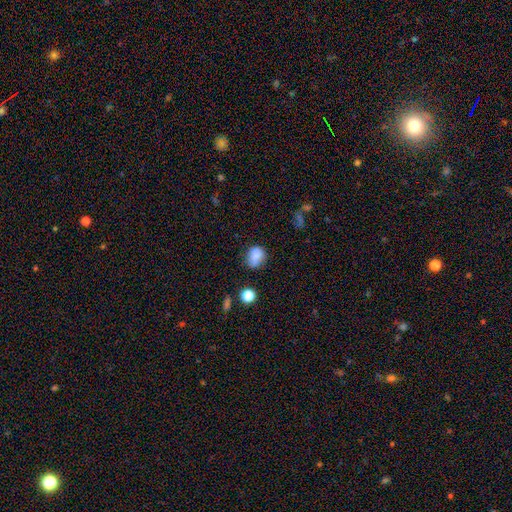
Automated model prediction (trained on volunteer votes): A smooth galaxy with no disk features (80%) that is in between round and cigar-shaped (50%).

Vote fractions:
- Smooth or featured? smooth: 80% / star or artifact: 11% / featured or disk: 9%
- How rounded? in between: 50% / round: 49% / cigar-shaped: 1%
- Merging? none: 63% / minor disturbance: 25% / major disturbance: 7% / merger: 5%